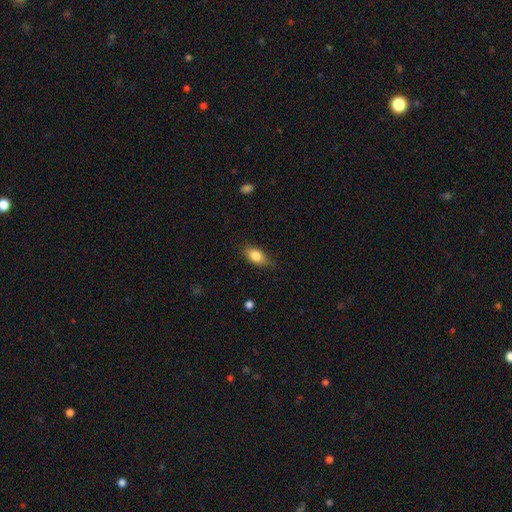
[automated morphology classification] Q: Smooth or featured?
A: smooth (80%); runner-up: featured or disk (12%)
Q: How rounded?
A: in between (85%); runner-up: cigar-shaped (8%)
Q: Merging?
A: none (80%); runner-up: minor disturbance (16%)